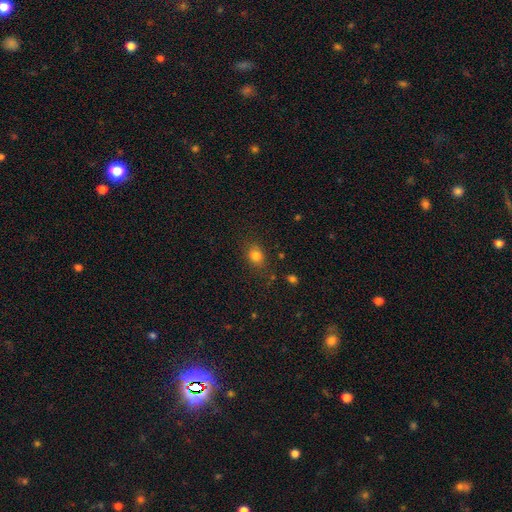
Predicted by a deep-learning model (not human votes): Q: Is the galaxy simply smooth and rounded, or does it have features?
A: smooth — 80%.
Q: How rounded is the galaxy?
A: round — 57%.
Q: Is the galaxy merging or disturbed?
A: none — 80%.